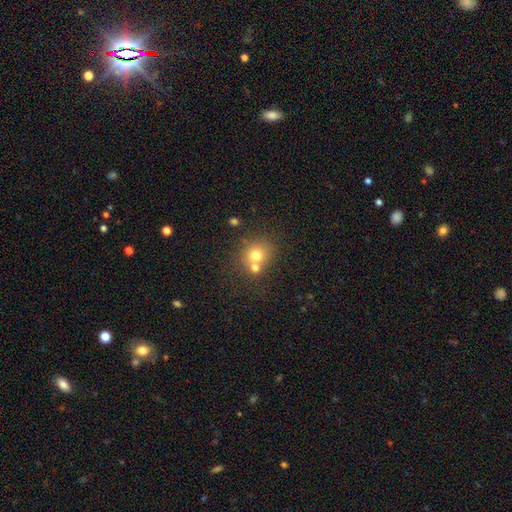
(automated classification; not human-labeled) Smooth or featured? Predicted: smooth (p=0.72). How rounded? Predicted: round (p=0.80). Merging? Predicted: none (p=0.48).